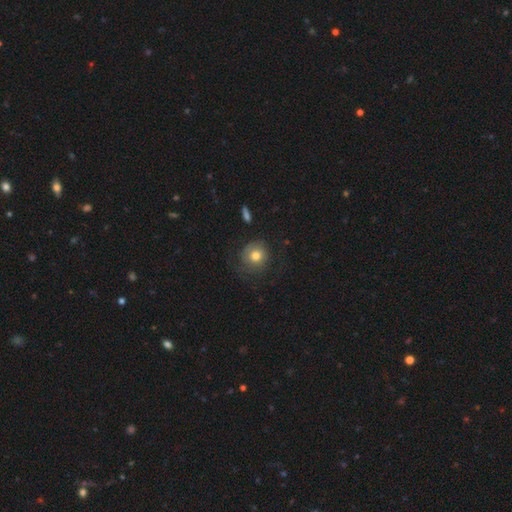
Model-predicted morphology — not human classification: Smooth or featured? Predicted: smooth (p=0.70). How rounded? Predicted: round (p=0.88). Merging? Predicted: none (p=0.67).